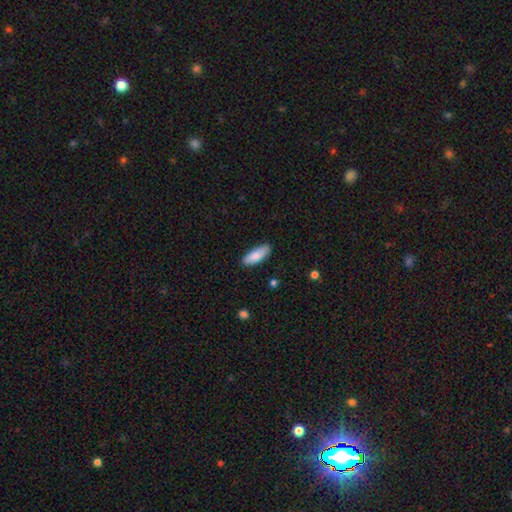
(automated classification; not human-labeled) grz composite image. It shows a smooth galaxy with no disk features (84%) that is in between round and cigar-shaped (71%). Merging: none (87%).